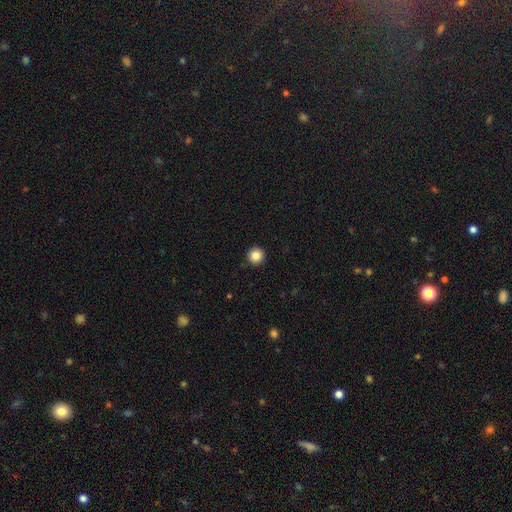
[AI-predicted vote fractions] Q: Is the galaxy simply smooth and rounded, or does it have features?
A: smooth — 85%.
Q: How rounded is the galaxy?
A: round — 96%.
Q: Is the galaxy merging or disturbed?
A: none — 92%.